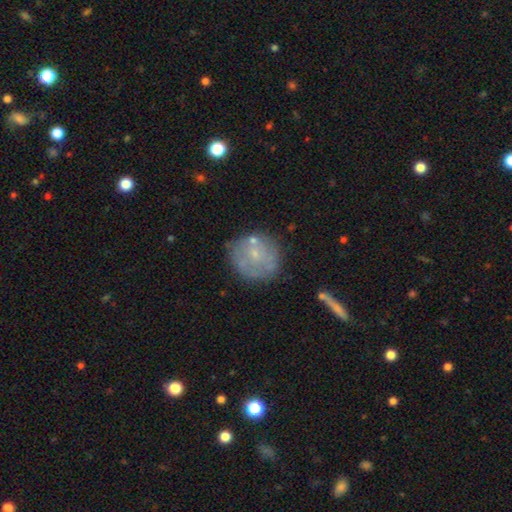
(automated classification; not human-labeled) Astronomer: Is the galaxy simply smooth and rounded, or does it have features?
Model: smooth — 49% (runner-up: featured or disk, 42%).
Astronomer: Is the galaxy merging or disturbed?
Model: none — 66%.